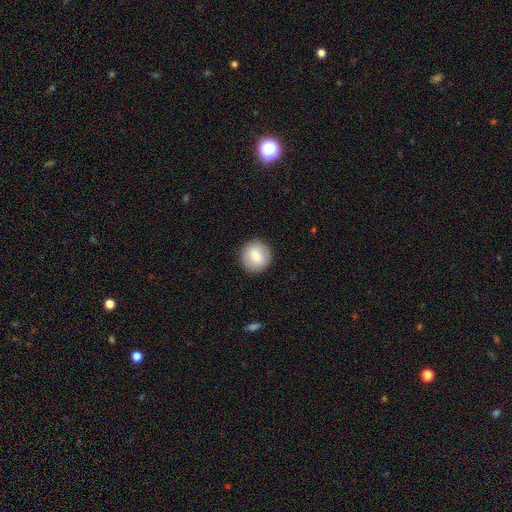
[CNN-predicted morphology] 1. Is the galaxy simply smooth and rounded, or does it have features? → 77% smooth, 15% featured or disk, 7% star or artifact.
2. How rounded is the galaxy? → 93% round, 6% in between, 1% cigar-shaped.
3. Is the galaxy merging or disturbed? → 90% none, 7% minor disturbance, 2% major disturbance, 1% merger.